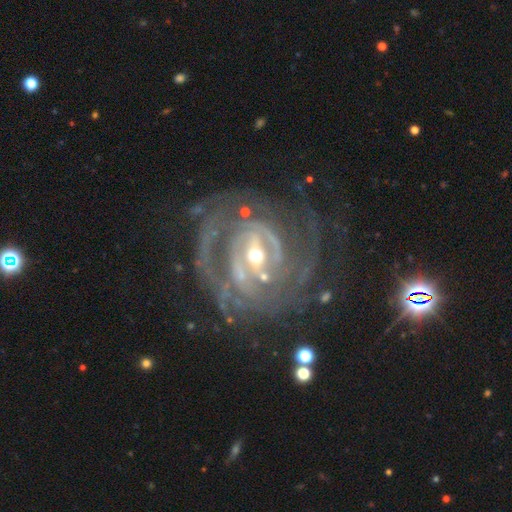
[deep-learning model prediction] Smooth or featured: featured or disk — 92% (star or artifact — 5%)
Edge-on disk: no — 97% (yes — 3%)
Bar: strong — 53% (weak — 33%)
Spiral arms: yes — 97% (no — 3%)
Spiral winding: tight — 55% (medium — 35%)
Spiral arm count: 2 — 34% (can't tell — 20%)
Bulge size: moderate — 53% (small — 41%)
Merging: none — 63% (major disturbance — 17%)